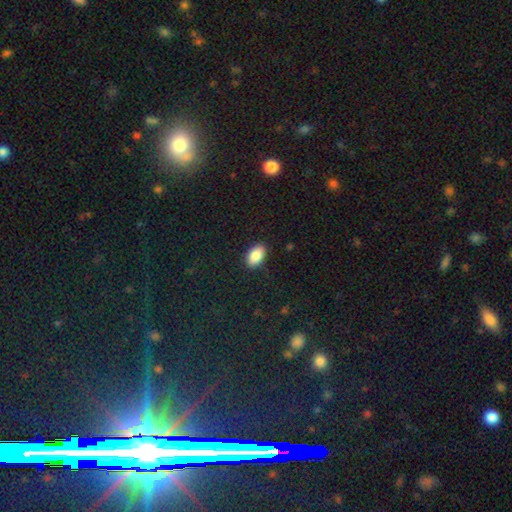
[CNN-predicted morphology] smooth_or_featured: smooth (p=0.88) [alt: star or artifact p=0.07]
how_rounded: in between (p=0.93) [alt: round p=0.05]
merging: none (p=0.87) [alt: minor disturbance p=0.10]